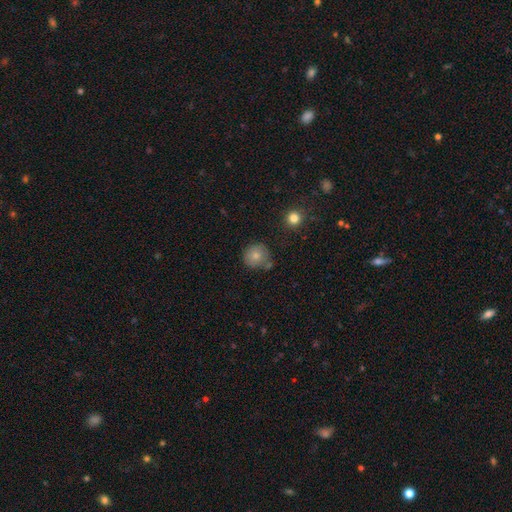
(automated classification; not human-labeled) This is likely a smooth galaxy (79%). How rounded: clearly round (91%). Merging: likely none (71%).